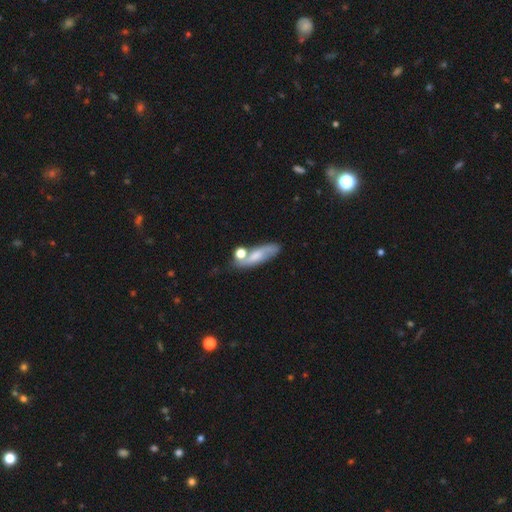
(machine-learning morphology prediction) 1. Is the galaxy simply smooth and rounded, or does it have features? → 49% smooth, 42% featured or disk, 10% star or artifact.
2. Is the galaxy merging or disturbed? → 56% none, 18% minor disturbance, 18% merger, 8% major disturbance.